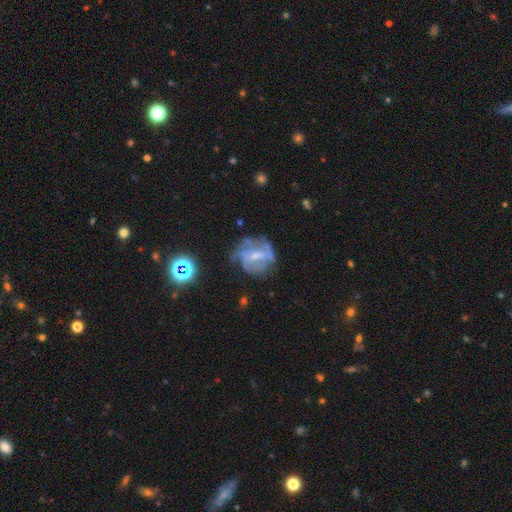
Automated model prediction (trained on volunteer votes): Smooth or featured? Predicted: featured or disk (p=0.66). Edge-on disk? Predicted: no (p=0.97). Bar? Predicted: weak (p=0.46). Spiral arms? Predicted: yes (p=0.59). Bulge size? Predicted: small (p=0.47). Merging? Predicted: none (p=0.50).